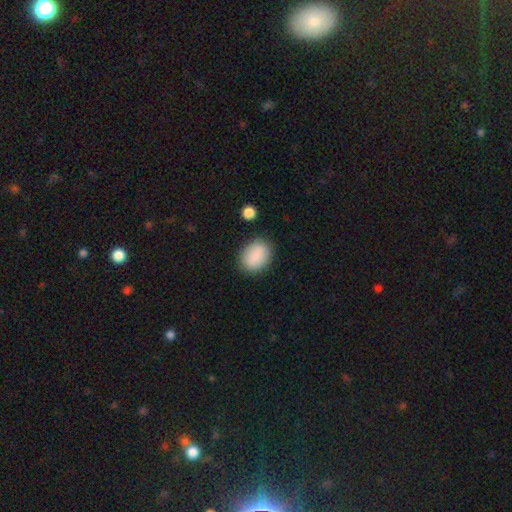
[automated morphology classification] Smooth or featured?
  - smooth: 87% *
  - star or artifact: 7%
  - featured or disk: 6%
How rounded?
  - in between: 66% *
  - round: 33%
  - cigar-shaped: 1%
Merging?
  - none: 83% *
  - minor disturbance: 12%
  - major disturbance: 3%
  - merger: 3%